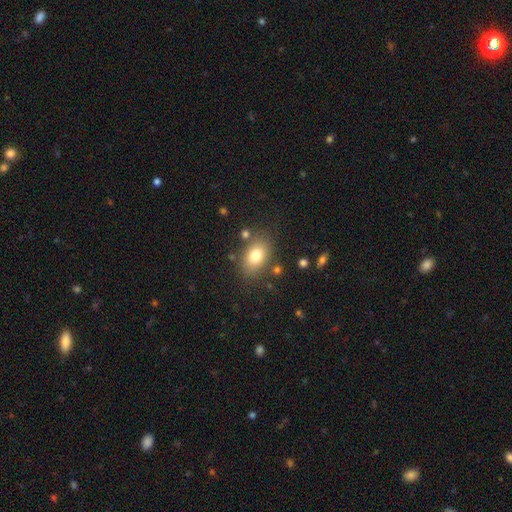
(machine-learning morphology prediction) smooth-or-featured: smooth: 78% | featured or disk: 12% | star or artifact: 10%
  how-rounded: in between: 77% | round: 22% | cigar-shaped: 1%
  merging: none: 78% | minor disturbance: 13% | merger: 5% | major disturbance: 4%